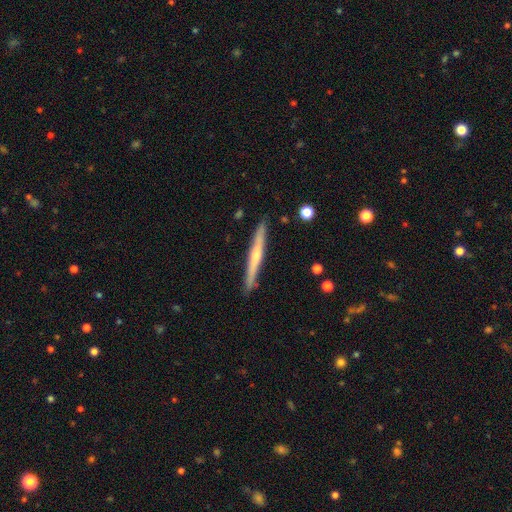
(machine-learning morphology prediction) Smooth or featured? featured or disk (64%)
Edge-on disk? yes (97%)
Edge-on bulge? rounded (71%)
Merging? none (89%)